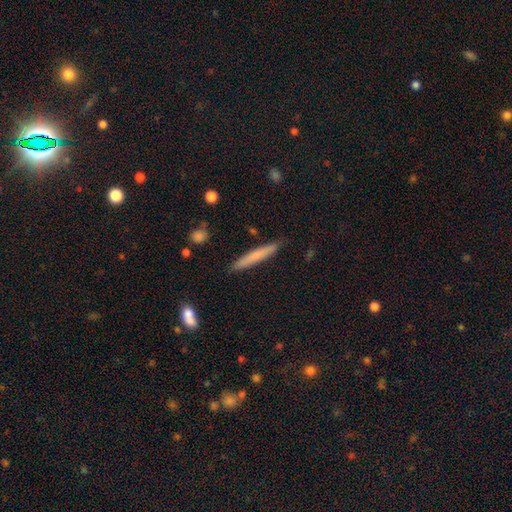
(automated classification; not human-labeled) Morphology: type=smooth (70%); roundness=cigar-shaped (95%); merging=none (89%).